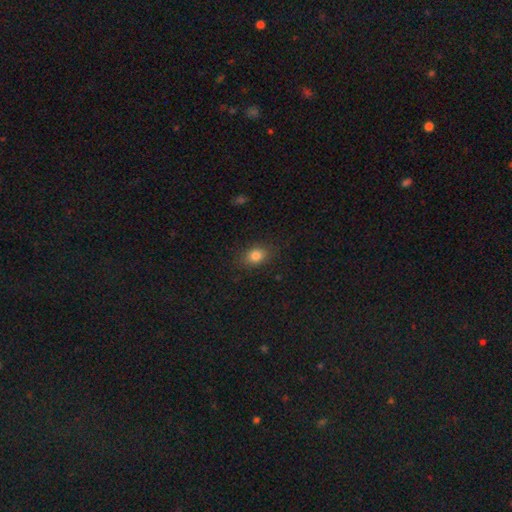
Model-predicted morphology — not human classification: Smooth or featured?
  - smooth: 83% *
  - star or artifact: 10%
  - featured or disk: 7%
How rounded?
  - in between: 67% *
  - round: 31%
  - cigar-shaped: 2%
Merging?
  - none: 84% *
  - minor disturbance: 11%
  - major disturbance: 3%
  - merger: 1%